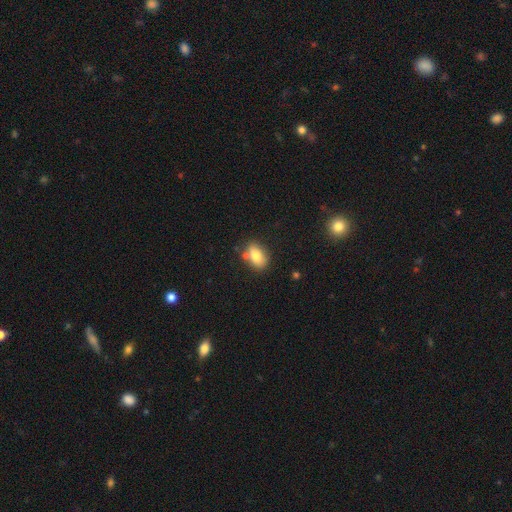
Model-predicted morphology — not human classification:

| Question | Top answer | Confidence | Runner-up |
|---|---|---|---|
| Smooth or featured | smooth | 79% | featured or disk (12%) |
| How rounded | in between | 85% | round (12%) |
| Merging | none | 70% | minor disturbance (15%) |